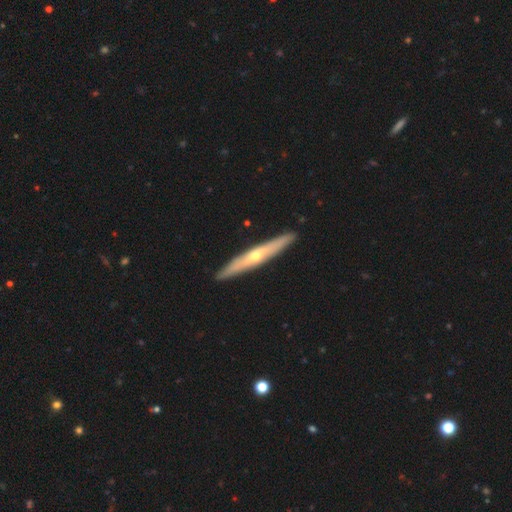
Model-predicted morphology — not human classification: Smooth or featured: featured or disk — 67% (smooth — 27%)
Edge-on disk: yes — 92% (no — 8%)
Edge-on bulge: rounded — 81% (none — 17%)
Merging: none — 91% (minor disturbance — 7%)